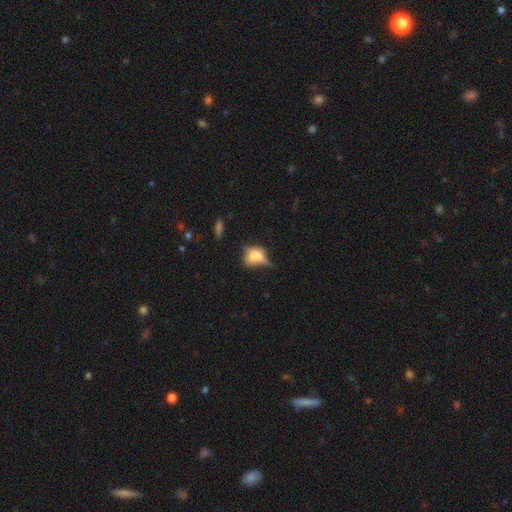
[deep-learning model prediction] The model was most divided on "merging": none: 37%, minor disturbance: 23%, major disturbance: 22%, merger: 18%. More confident: how rounded — in between (60%); smooth or featured — smooth (54%).